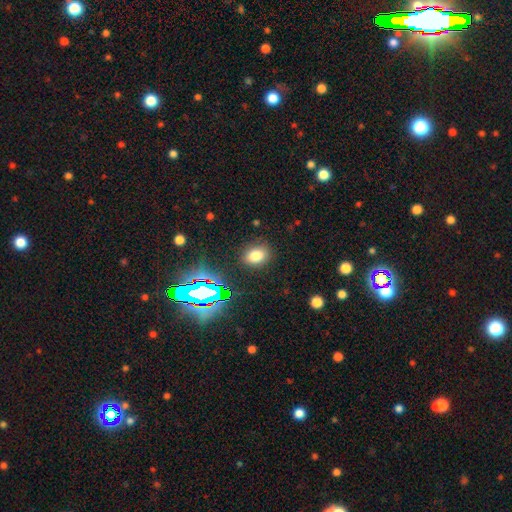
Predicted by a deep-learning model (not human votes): smooth-or-featured: smooth: 72% | star or artifact: 19% | featured or disk: 9%
  how-rounded: in between: 65% | round: 34% | cigar-shaped: 1%
  merging: none: 86% | minor disturbance: 9% | major disturbance: 3% | merger: 2%